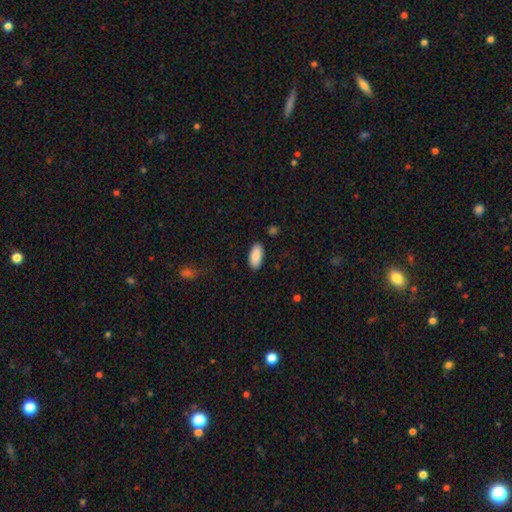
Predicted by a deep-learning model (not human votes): Overall: smooth (90%). How rounded: in between (92%). Merging: none (87%).